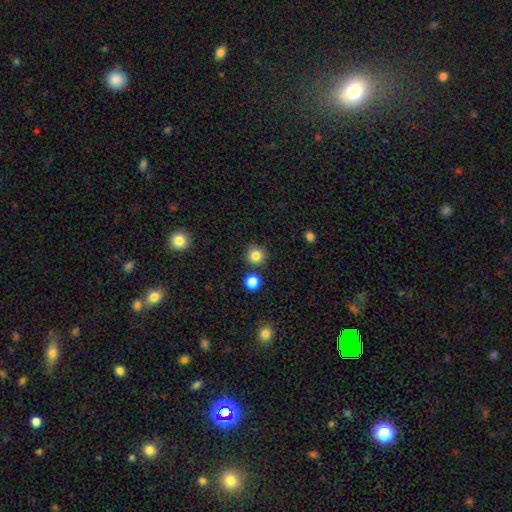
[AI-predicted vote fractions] A smooth galaxy with no disk features (84%) that is round (94%).

Vote fractions:
- Smooth or featured? smooth: 84% / star or artifact: 12% / featured or disk: 4%
- How rounded? round: 94% / in between: 5% / cigar-shaped: 1%
- Merging? none: 84% / minor disturbance: 7% / merger: 6% / major disturbance: 2%